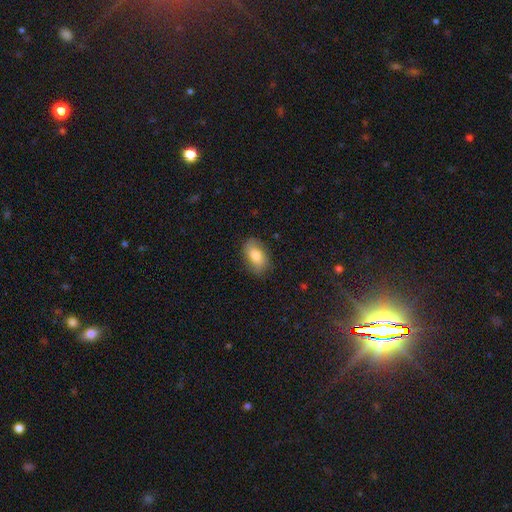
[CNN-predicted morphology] smooth-or-featured: smooth: 76% | featured or disk: 16% | star or artifact: 7%
  how-rounded: in between: 91% | round: 6% | cigar-shaped: 3%
  merging: none: 80% | minor disturbance: 15% | major disturbance: 4% | merger: 1%